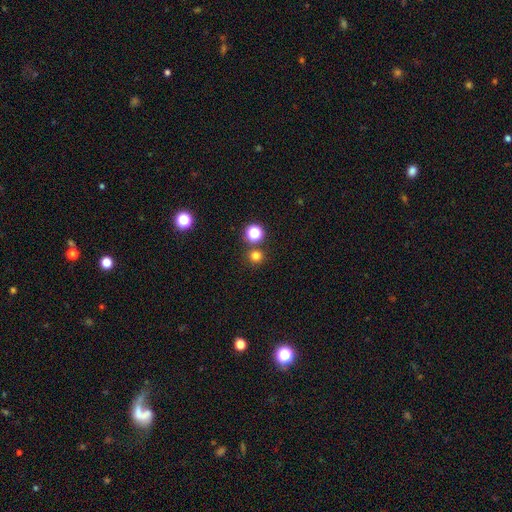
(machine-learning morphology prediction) Smooth or featured?
  - smooth: 75% *
  - star or artifact: 21%
  - featured or disk: 5%
How rounded?
  - round: 94% *
  - in between: 5%
  - cigar-shaped: 1%
Merging?
  - none: 81% *
  - merger: 10%
  - minor disturbance: 6%
  - major disturbance: 3%